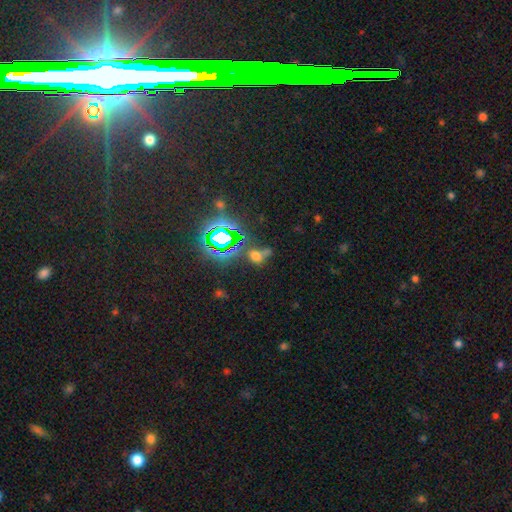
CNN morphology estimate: Smooth or featured: star or artifact — 46% (smooth — 40%)